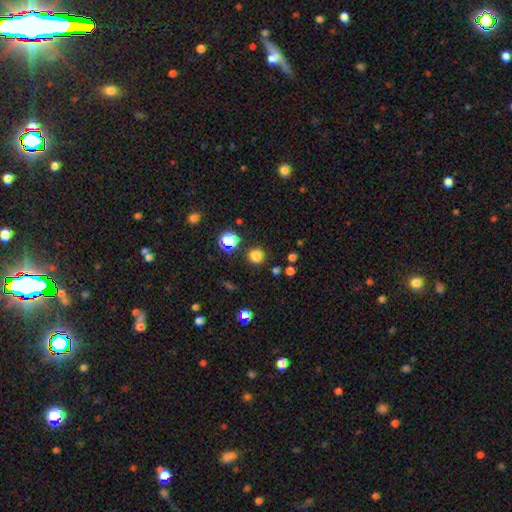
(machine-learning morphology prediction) Smooth or featured? Predicted: smooth (p=0.78). How rounded? Predicted: round (p=0.91). Merging? Predicted: none (p=0.87).